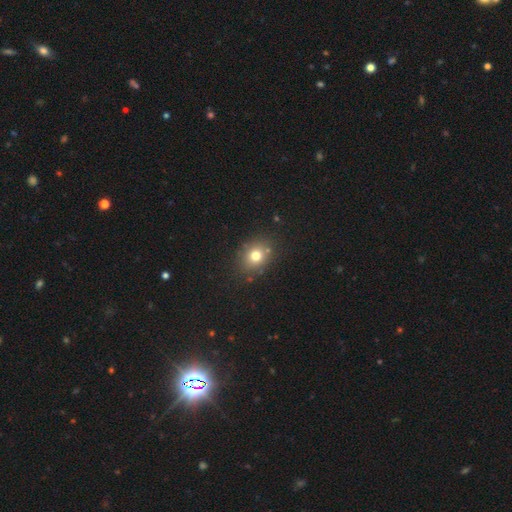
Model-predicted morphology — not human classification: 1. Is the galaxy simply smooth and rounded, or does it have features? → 75% smooth, 14% star or artifact, 11% featured or disk.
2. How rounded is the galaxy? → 59% round, 40% in between, 1% cigar-shaped.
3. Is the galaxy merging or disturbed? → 82% none, 11% minor disturbance, 4% merger, 3% major disturbance.